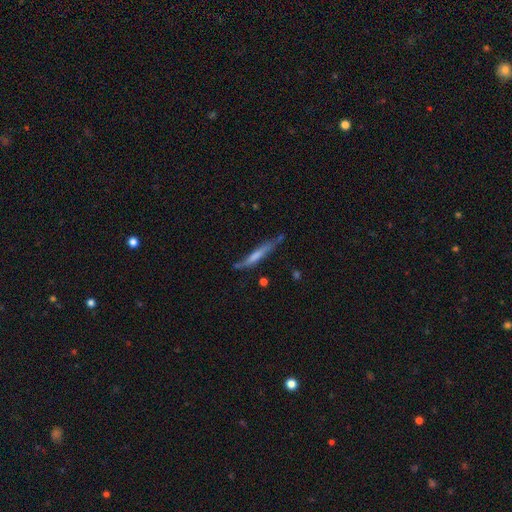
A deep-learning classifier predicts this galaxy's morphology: Smooth or featured? smooth (48%)
Merging? none (65%)